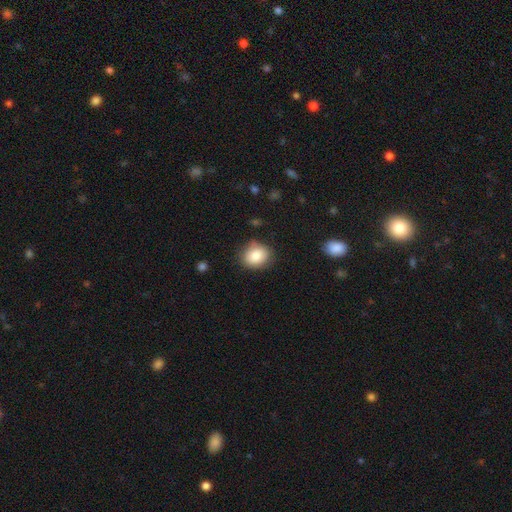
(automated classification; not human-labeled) Smooth or featured?
  - smooth: 83% *
  - star or artifact: 8%
  - featured or disk: 8%
How rounded?
  - round: 61% *
  - in between: 39%
  - cigar-shaped: 1%
Merging?
  - none: 79% *
  - minor disturbance: 16%
  - major disturbance: 3%
  - merger: 2%